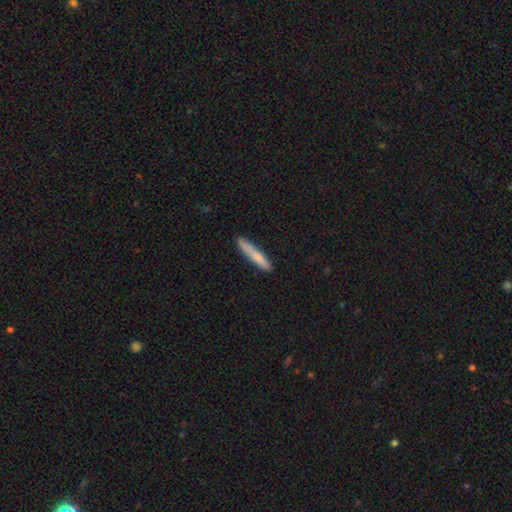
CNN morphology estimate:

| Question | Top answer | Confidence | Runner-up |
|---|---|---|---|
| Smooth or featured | smooth | 76% | featured or disk (19%) |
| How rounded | cigar-shaped | 94% | in between (5%) |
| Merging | none | 88% | minor disturbance (9%) |